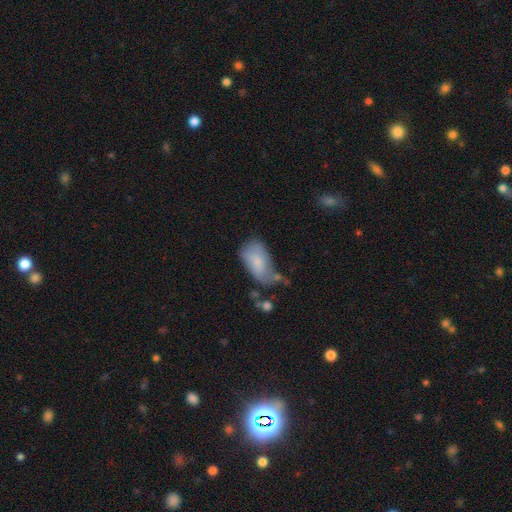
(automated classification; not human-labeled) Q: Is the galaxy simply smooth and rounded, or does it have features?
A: smooth — 75%.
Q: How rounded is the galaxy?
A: in between — 93%.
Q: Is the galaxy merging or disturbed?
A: none — 37%.